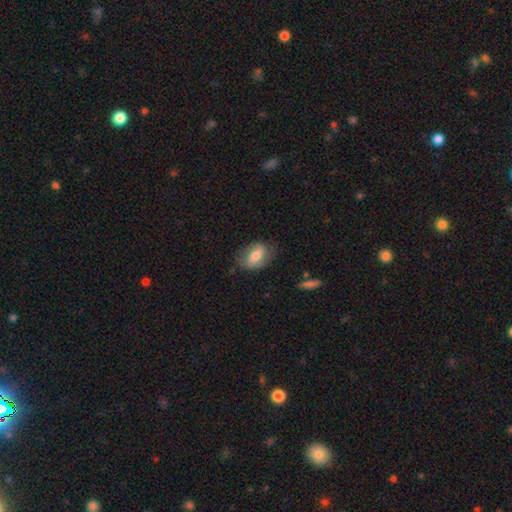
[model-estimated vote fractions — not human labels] smooth_or_featured: smooth (p=0.60) [alt: featured or disk p=0.33]
how_rounded: in between (p=0.83) [alt: round p=0.13]
merging: none (p=0.67) [alt: minor disturbance p=0.24]